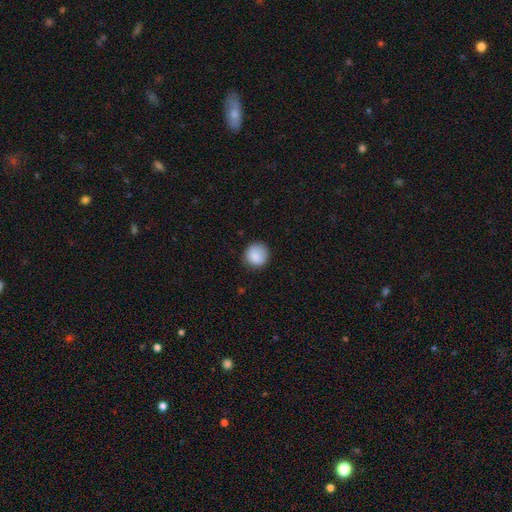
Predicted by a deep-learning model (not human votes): A smooth galaxy with no disk features (88%) that is round (91%).

Vote fractions:
- Smooth or featured? smooth: 88% / star or artifact: 8% / featured or disk: 4%
- How rounded? round: 91% / in between: 8% / cigar-shaped: 1%
- Merging? none: 84% / minor disturbance: 12% / major disturbance: 3% / merger: 1%